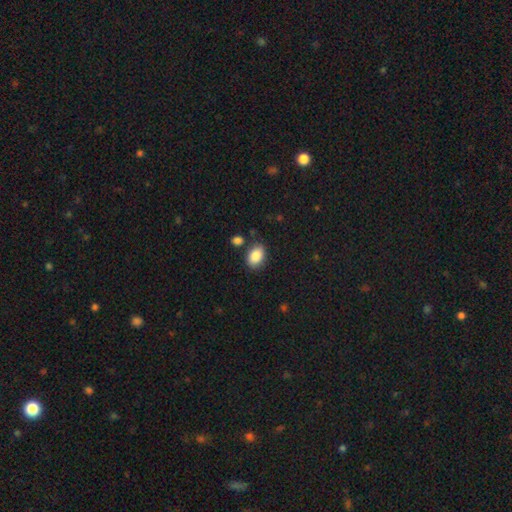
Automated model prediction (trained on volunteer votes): Smooth or featured? smooth (87%)
How rounded? in between (82%)
Merging? none (77%)